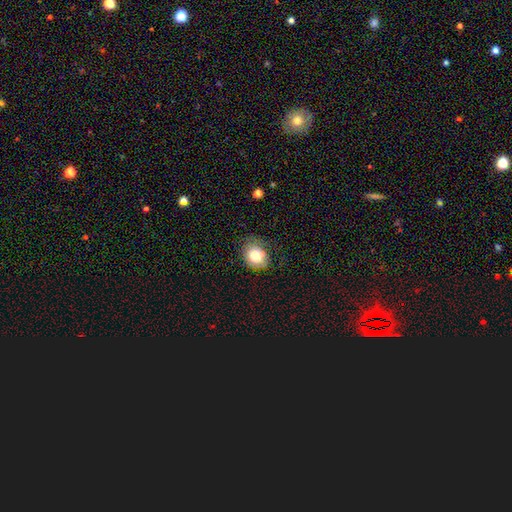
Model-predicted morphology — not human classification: The model was most divided on "how rounded": round: 55%, in between: 44%, cigar-shaped: 1%. More confident: smooth or featured — smooth (78%); merging — none (65%).